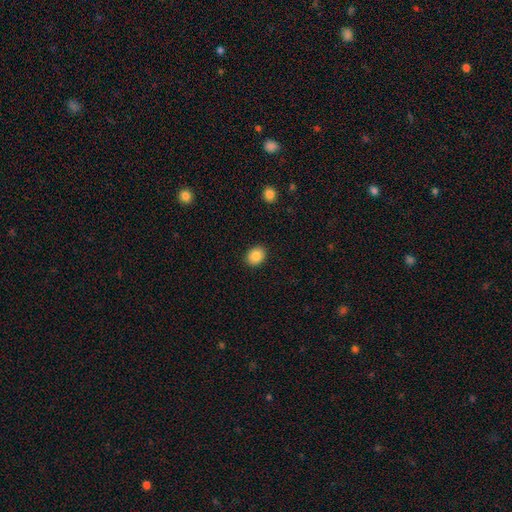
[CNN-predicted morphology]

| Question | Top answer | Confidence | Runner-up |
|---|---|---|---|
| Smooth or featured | smooth | 87% | star or artifact (8%) |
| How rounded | round | 53% | in between (46%) |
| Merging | none | 90% | minor disturbance (7%) |